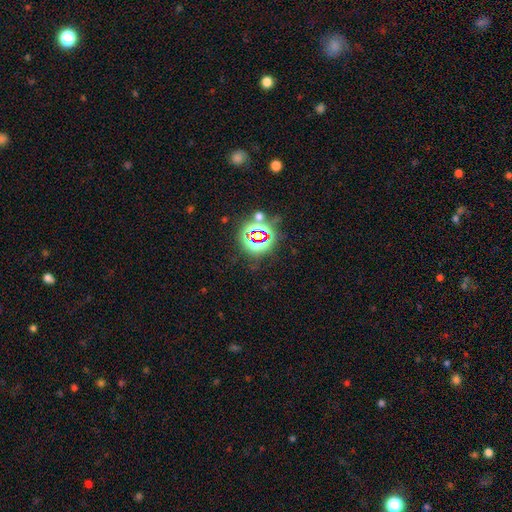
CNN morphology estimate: A star or artifact, not a galaxy (81%).